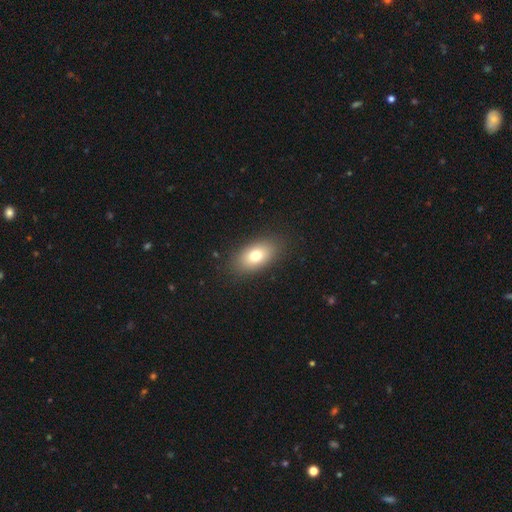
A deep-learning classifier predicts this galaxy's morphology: smooth 75%, featured or disk 16%, star or artifact 9%. Down the decision tree: how rounded — in between (89%); merging — none (86%).